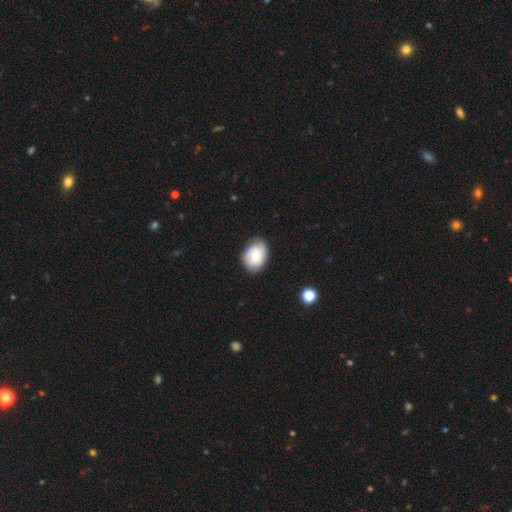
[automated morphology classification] Smooth or featured?
  - smooth: 63% *
  - featured or disk: 30%
  - star or artifact: 7%
How rounded?
  - in between: 66% *
  - round: 33%
  - cigar-shaped: 1%
Merging?
  - none: 75% *
  - minor disturbance: 20%
  - major disturbance: 4%
  - merger: 1%